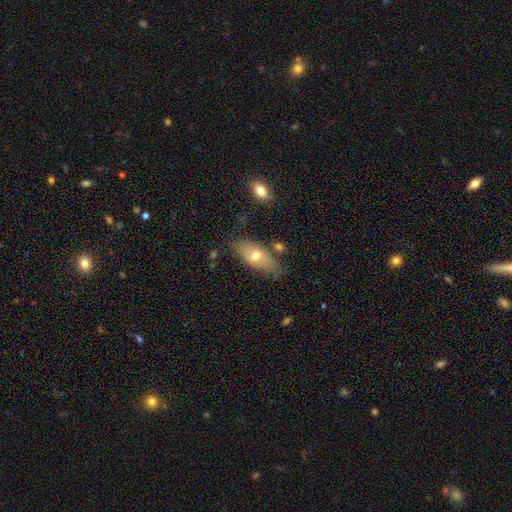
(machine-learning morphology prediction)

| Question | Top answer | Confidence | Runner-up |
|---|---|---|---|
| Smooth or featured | smooth | 63% | featured or disk (29%) |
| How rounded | in between | 86% | cigar-shaped (10%) |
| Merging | none | 73% | minor disturbance (19%) |